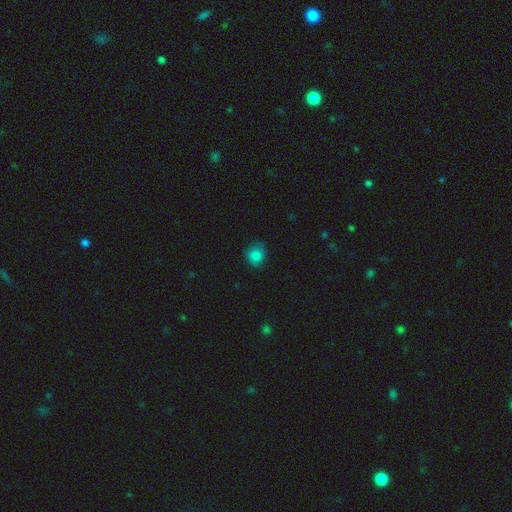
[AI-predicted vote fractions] Smooth or featured? smooth (83%)
How rounded? round (75%)
Merging? none (74%)